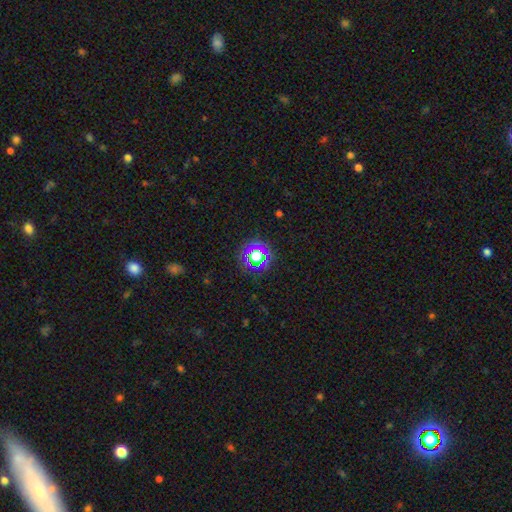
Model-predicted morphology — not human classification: smooth-or-featured: star or artifact: 56% | smooth: 34% | featured or disk: 10%